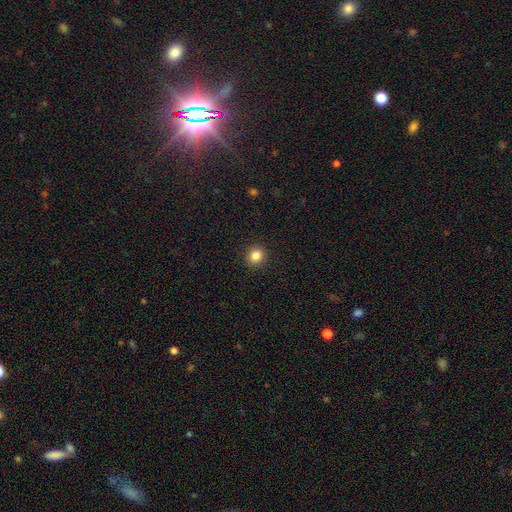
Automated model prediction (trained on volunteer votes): smooth 85%, star or artifact 11%, featured or disk 4%. Down the decision tree: how rounded — round (85%); merging — none (92%).